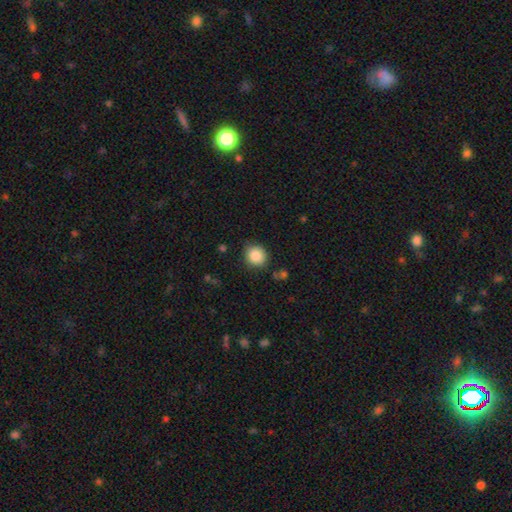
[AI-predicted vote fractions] Overall: smooth (87%). How rounded: round (86%). Merging: none (83%).